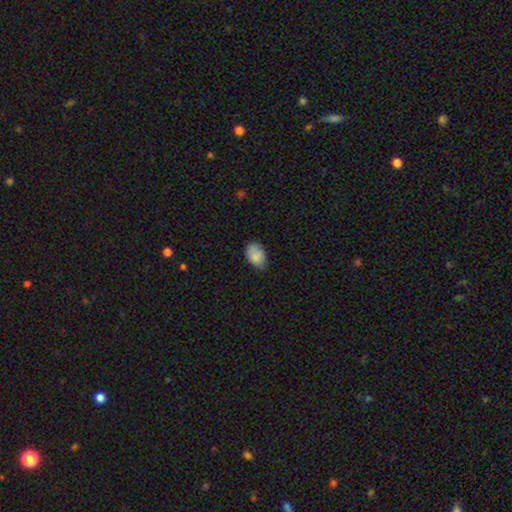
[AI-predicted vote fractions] The model was most divided on "merging": none: 70%, minor disturbance: 25%, major disturbance: 4%, merger: 1%. More confident: smooth or featured — smooth (87%); how rounded — in between (86%).